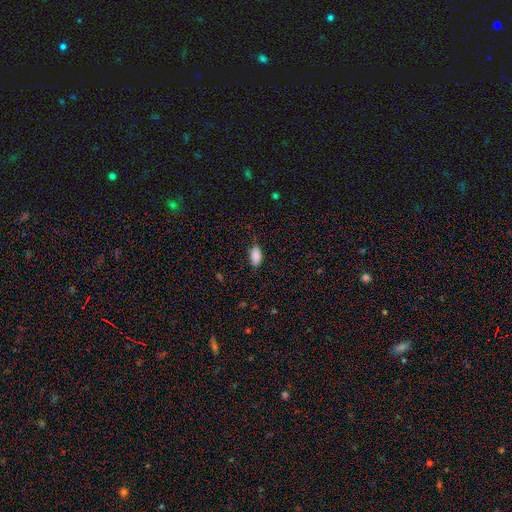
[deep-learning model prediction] smooth_or_featured: smooth (p=0.88) [alt: star or artifact p=0.08]
how_rounded: in between (p=0.91) [alt: cigar-shaped p=0.06]
merging: none (p=0.70) [alt: minor disturbance p=0.24]